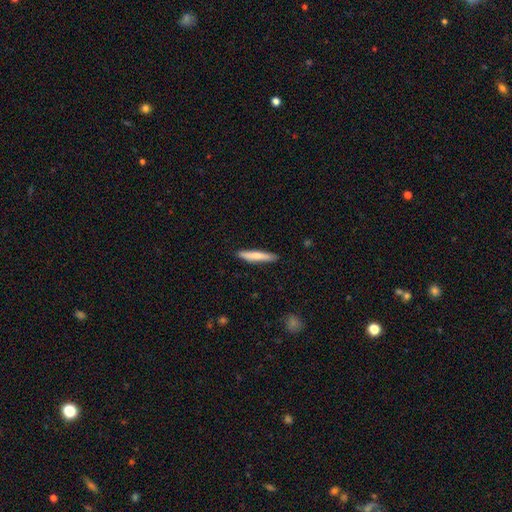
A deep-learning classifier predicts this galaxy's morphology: The model was most divided on "smooth or featured": smooth: 73%, featured or disk: 22%, star or artifact: 5%. More confident: how rounded — cigar-shaped (93%); merging — none (89%).